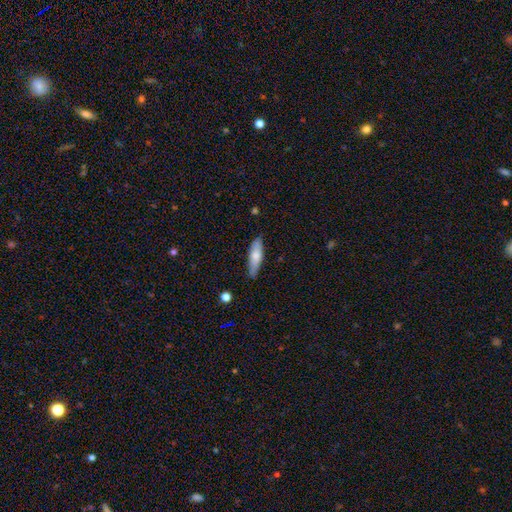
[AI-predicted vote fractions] Overall: smooth (68%). How rounded: cigar-shaped (59%; in between 39%). Merging: none (77%).